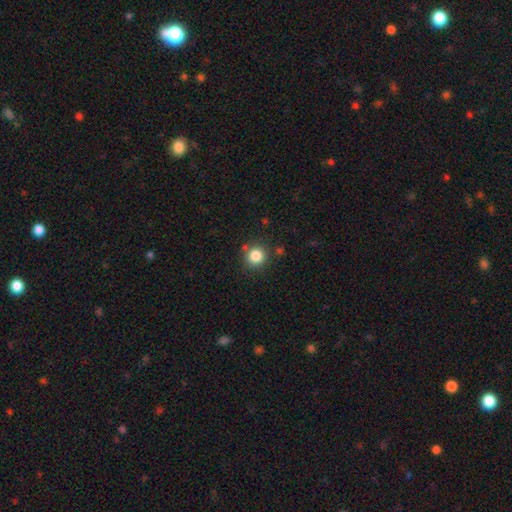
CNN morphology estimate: Overall: smooth (84%). How rounded: round (92%). Merging: none (83%).